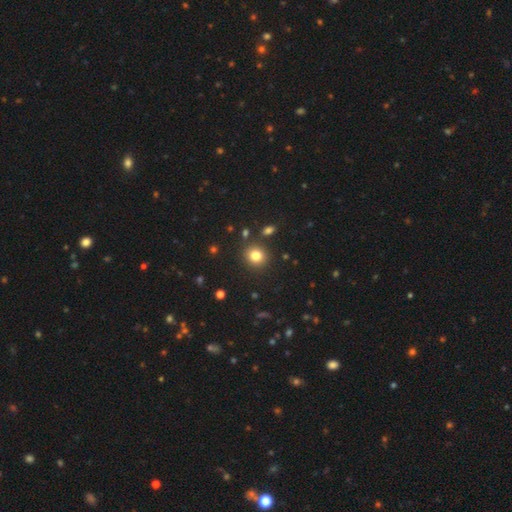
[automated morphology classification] Overall: smooth (81%). How rounded: round (85%). Merging: none (86%).